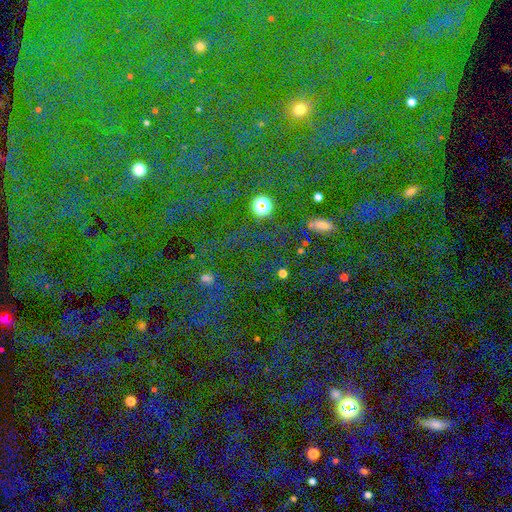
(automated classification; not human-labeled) This is clearly a star or artifact rather than a galaxy (82%).